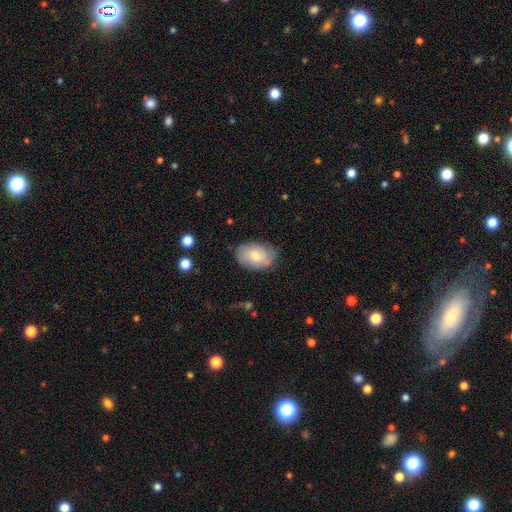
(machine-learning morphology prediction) A smooth galaxy with no disk features (53%) that is in between round and cigar-shaped (88%). Merging: none (78%).